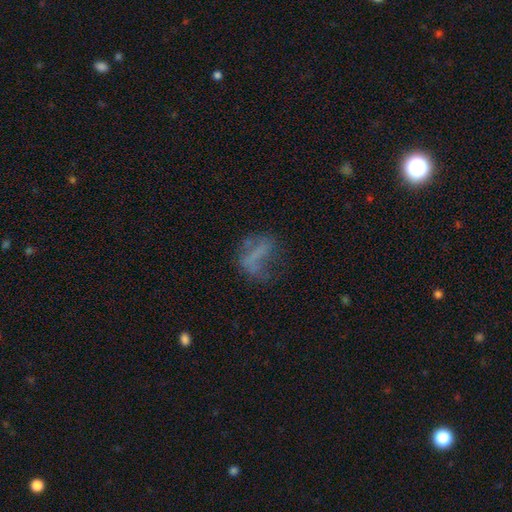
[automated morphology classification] featured or disk 42%, smooth 40%, star or artifact 18%. Down the decision tree: merging — none (38%).